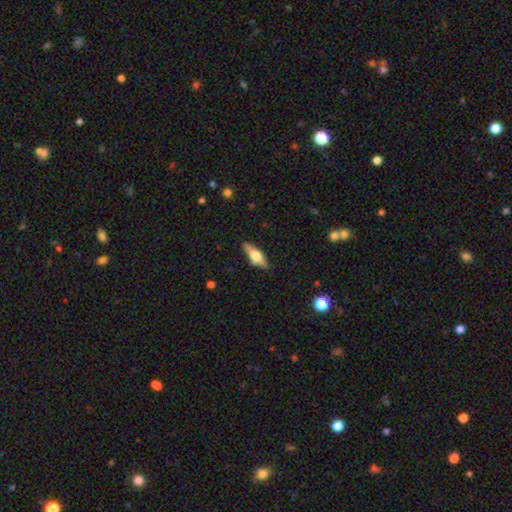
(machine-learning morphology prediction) Smooth or featured?
  - smooth: 52% *
  - featured or disk: 42%
  - star or artifact: 6%
How rounded?
  - in between: 51% *
  - cigar-shaped: 46%
  - round: 3%
Merging?
  - none: 82% *
  - minor disturbance: 13%
  - major disturbance: 3%
  - merger: 2%